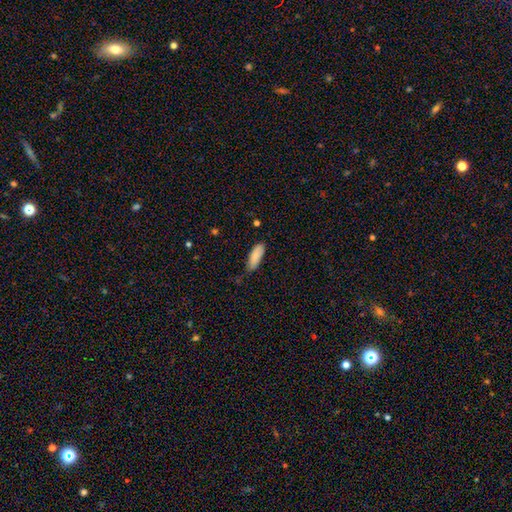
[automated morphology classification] Smooth or featured? Predicted: smooth (p=0.84). How rounded? Predicted: in between (p=0.72). Merging? Predicted: none (p=0.68).